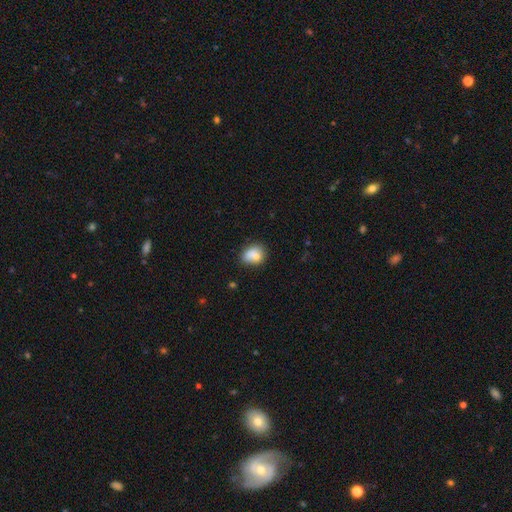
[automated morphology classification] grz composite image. It shows a smooth galaxy with no disk features (80%) that is round (50%). Merging: none (52%).